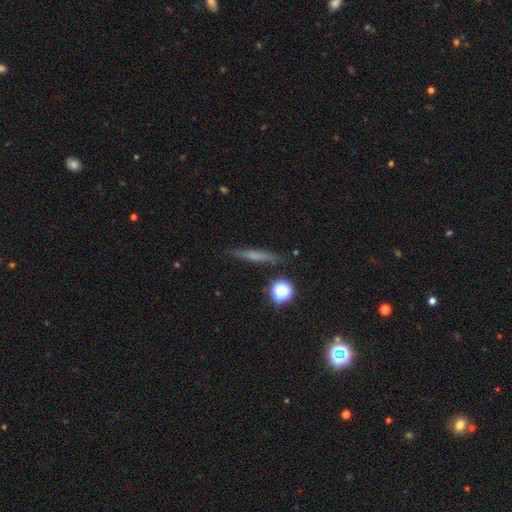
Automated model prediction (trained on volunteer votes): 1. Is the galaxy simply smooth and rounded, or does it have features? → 51% smooth, 38% featured or disk, 12% star or artifact.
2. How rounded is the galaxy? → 86% cigar-shaped, 7% in between, 6% round.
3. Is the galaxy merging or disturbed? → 87% none, 9% minor disturbance, 2% major disturbance, 2% merger.